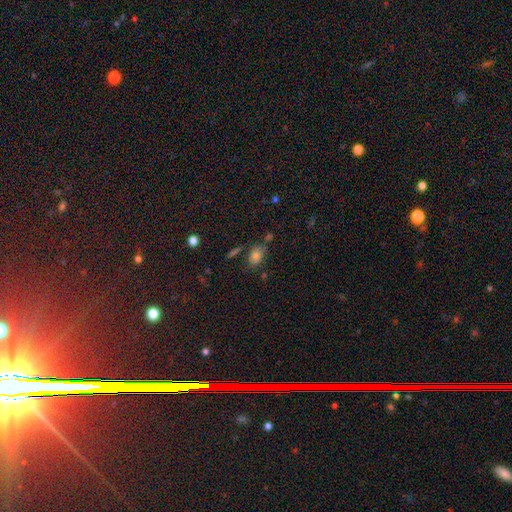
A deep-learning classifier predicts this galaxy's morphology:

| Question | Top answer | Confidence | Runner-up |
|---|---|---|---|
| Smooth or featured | smooth | 74% | star or artifact (15%) |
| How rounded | in between | 80% | round (18%) |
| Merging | none | 69% | minor disturbance (17%) |